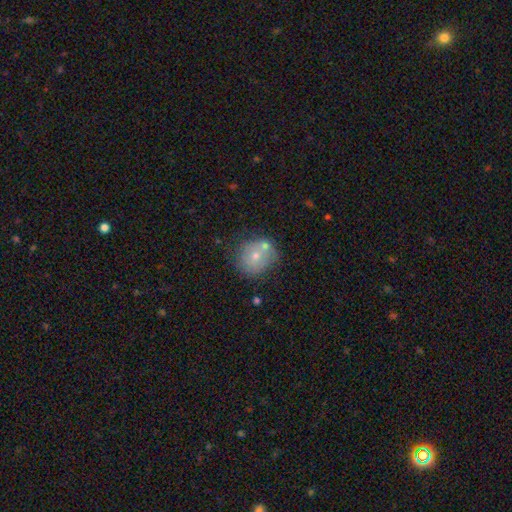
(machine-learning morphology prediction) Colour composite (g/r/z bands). It shows a smooth galaxy with no disk features (61%) that is round (83%). Merging: none (51%).